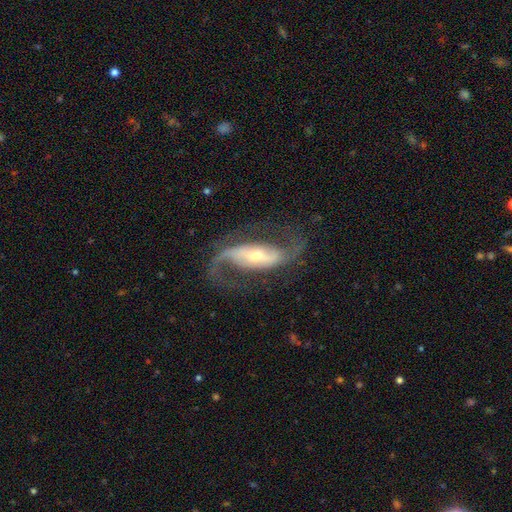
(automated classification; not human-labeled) smooth-or-featured: featured or disk: 89% | smooth: 6% | star or artifact: 5%
  disk-edge-on: no: 94% | yes: 6%
    bar: strong: 46% | weak: 36% | no: 18%
    has-spiral-arms: yes: 96% | no: 4%
      spiral-winding: loose: 60% | medium: 32% | tight: 8%
      spiral-arm-count: 2: 90% | 1: 5% | can't tell: 2% | 3: 1% | 4: 1% | more than 4: 1%
    bulge-size: moderate: 53% | small: 37% | large: 7% | none: 2% | dominant: 1%
  merging: none: 71% | minor disturbance: 14% | major disturbance: 14% | merger: 2%